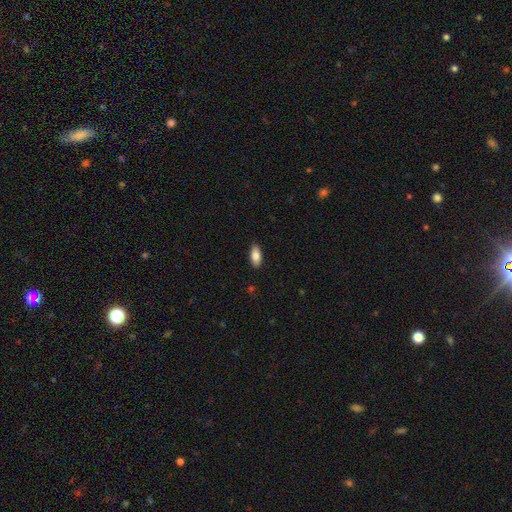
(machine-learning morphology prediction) type=smooth (83%); roundness=in between (89%); merging=none (88%).